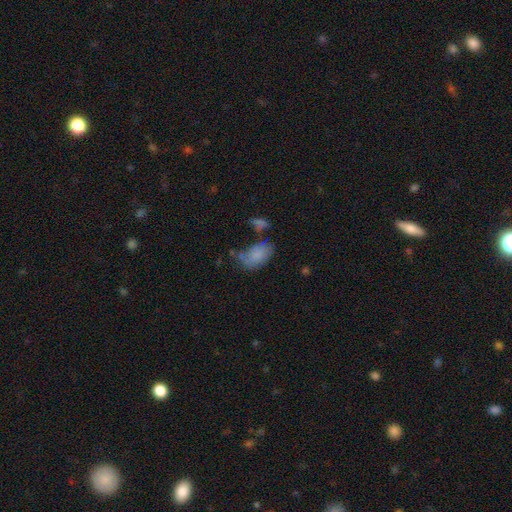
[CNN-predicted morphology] A smooth galaxy with no disk features (80%) that is in between round and cigar-shaped (90%). Merging: none (48%).